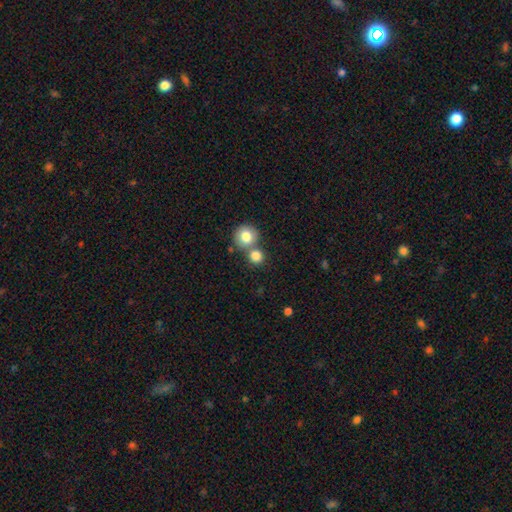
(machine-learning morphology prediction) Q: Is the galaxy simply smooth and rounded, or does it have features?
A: smooth — 82%.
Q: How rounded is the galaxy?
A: round — 88%.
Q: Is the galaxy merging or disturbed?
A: none — 53%.